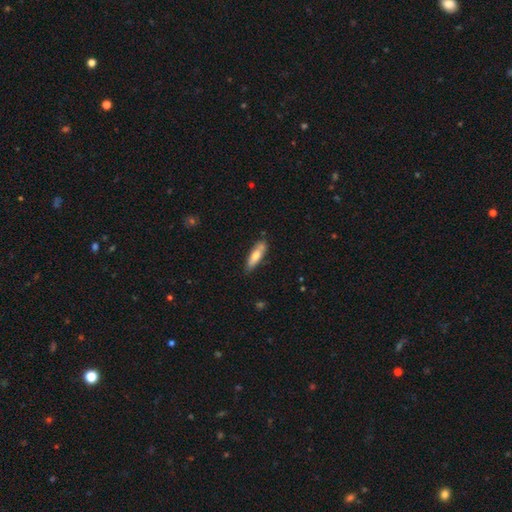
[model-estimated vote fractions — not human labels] Smooth or featured? Predicted: smooth (p=0.69). How rounded? Predicted: cigar-shaped (p=0.58). Merging? Predicted: none (p=0.73).